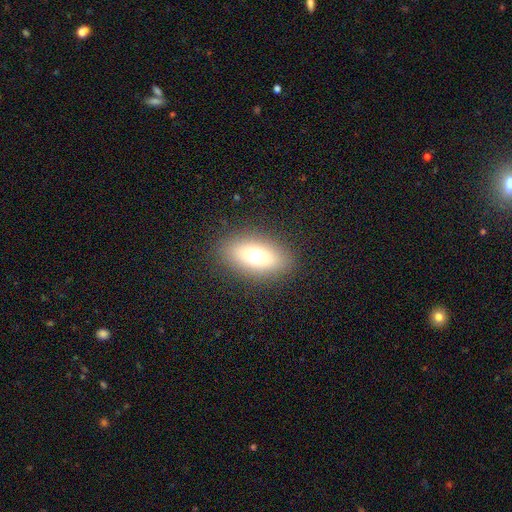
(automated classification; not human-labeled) Smooth or featured?
  - smooth: 68% *
  - featured or disk: 20%
  - star or artifact: 13%
How rounded?
  - in between: 81% *
  - round: 13%
  - cigar-shaped: 6%
Merging?
  - none: 86% *
  - minor disturbance: 9%
  - major disturbance: 4%
  - merger: 1%